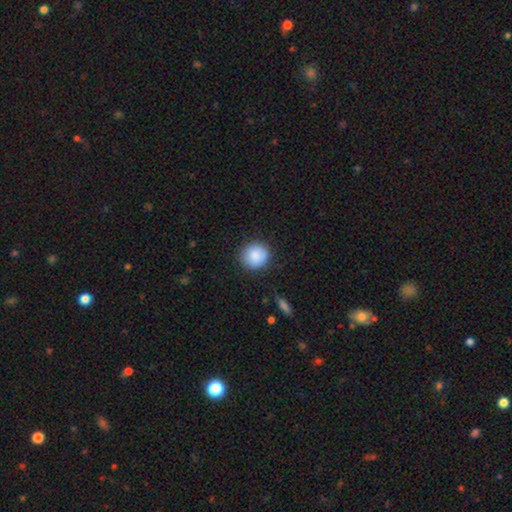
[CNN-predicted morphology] Smooth or featured? Predicted: smooth (p=0.88). How rounded? Predicted: round (p=0.89). Merging? Predicted: none (p=0.86).